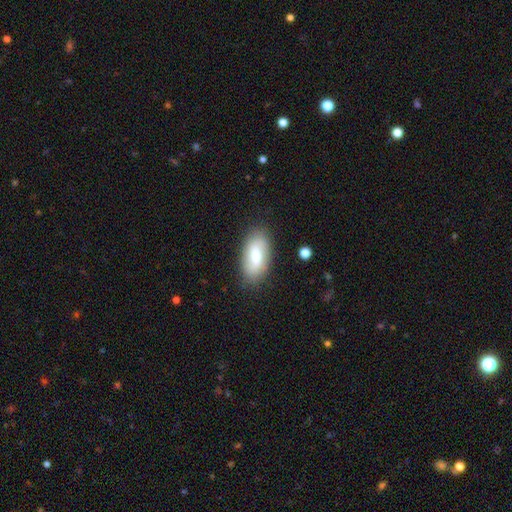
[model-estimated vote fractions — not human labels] Overall: smooth (64%; featured or disk 30%). How rounded: in between (93%). Merging: none (84%).